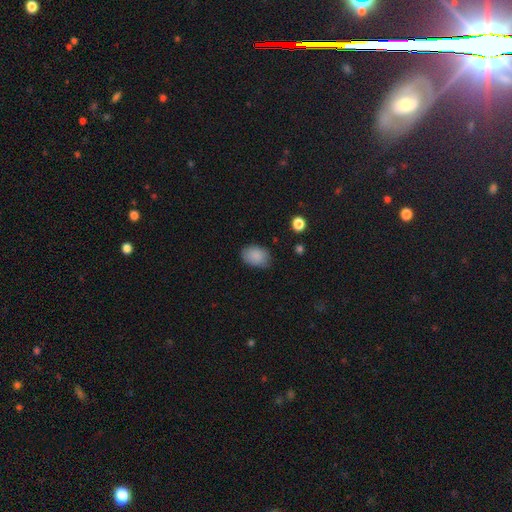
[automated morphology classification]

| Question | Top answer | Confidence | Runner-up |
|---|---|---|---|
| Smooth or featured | smooth | 88% | star or artifact (8%) |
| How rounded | in between | 79% | round (20%) |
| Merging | none | 80% | minor disturbance (15%) |